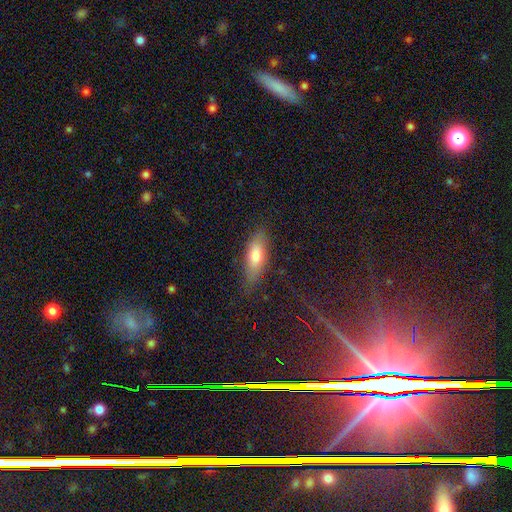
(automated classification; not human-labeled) Smooth or featured?
  - smooth: 75% *
  - featured or disk: 17%
  - star or artifact: 8%
How rounded?
  - in between: 67% *
  - cigar-shaped: 31%
  - round: 2%
Merging?
  - none: 77% *
  - minor disturbance: 17%
  - major disturbance: 4%
  - merger: 1%